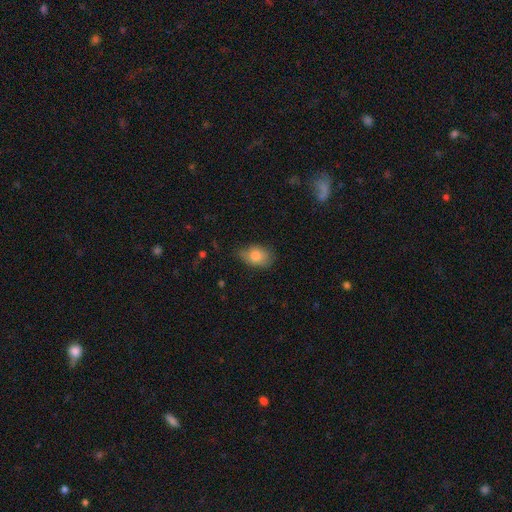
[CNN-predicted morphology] Q: Smooth or featured?
A: smooth (81%); runner-up: featured or disk (11%)
Q: How rounded?
A: in between (79%); runner-up: round (20%)
Q: Merging?
A: none (57%); runner-up: minor disturbance (33%)